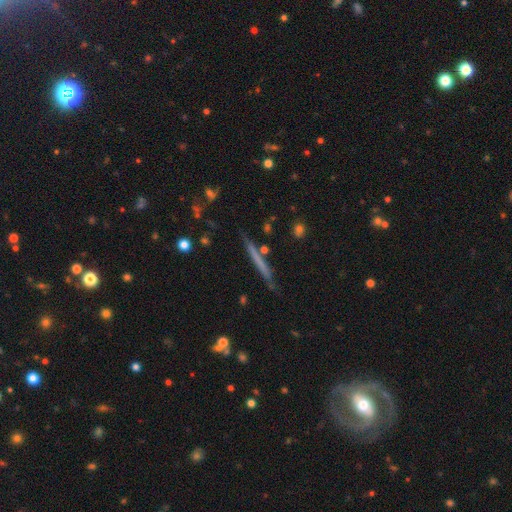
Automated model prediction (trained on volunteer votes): Smooth or featured? Predicted: smooth (p=0.47). Merging? Predicted: none (p=0.84).